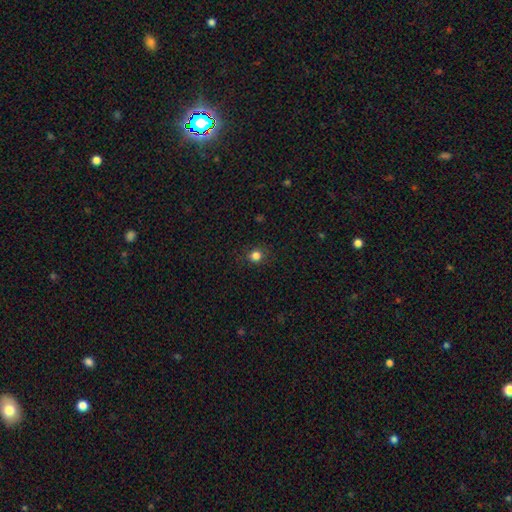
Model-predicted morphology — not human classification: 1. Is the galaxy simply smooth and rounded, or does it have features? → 81% smooth, 14% star or artifact, 4% featured or disk.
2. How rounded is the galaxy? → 84% round, 15% in between, 1% cigar-shaped.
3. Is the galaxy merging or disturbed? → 87% none, 9% minor disturbance, 3% major disturbance, 1% merger.